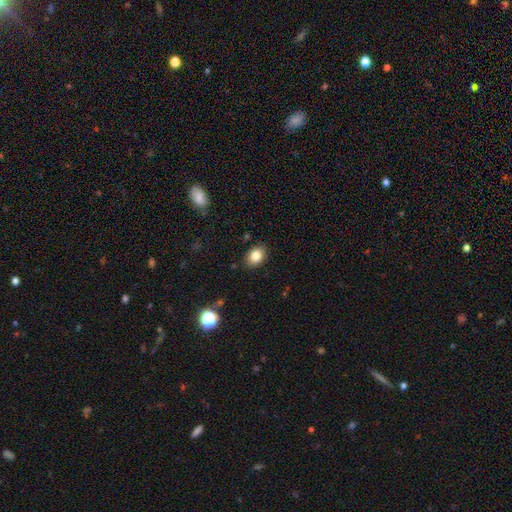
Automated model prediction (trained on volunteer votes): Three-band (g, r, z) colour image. It shows a smooth galaxy with no disk features (83%) that is in between round and cigar-shaped (74%). Merging: none (86%).